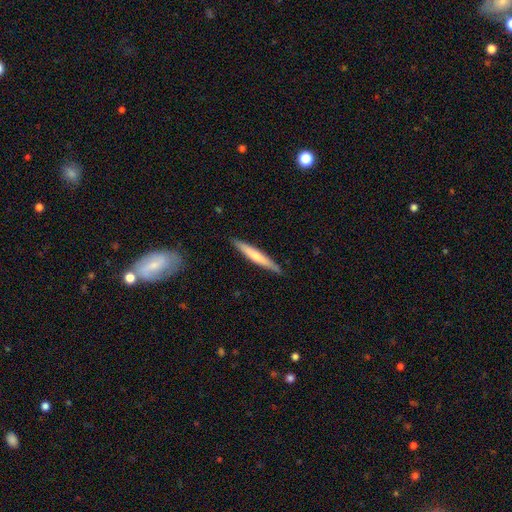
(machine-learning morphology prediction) type=smooth (57%); roundness=cigar-shaped (95%); merging=none (88%).